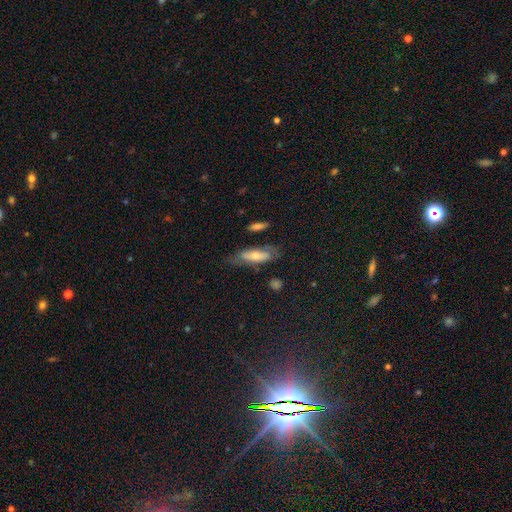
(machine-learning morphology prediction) The model was most divided on "smooth or featured": smooth: 48%, featured or disk: 44%, star or artifact: 8%. More confident: merging — none (63%).